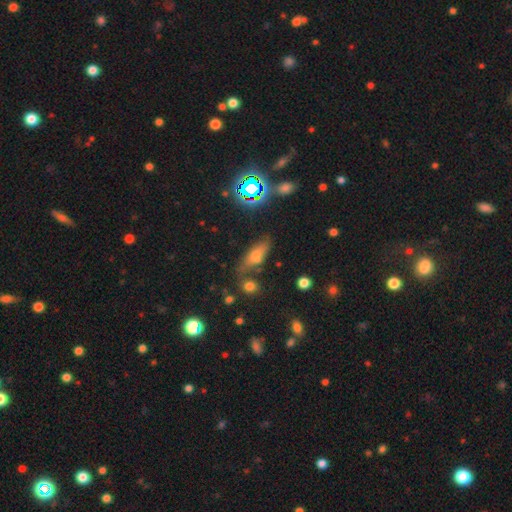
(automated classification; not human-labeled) Smooth or featured: smooth — 55% (featured or disk — 23%)
How rounded: in between — 58% (cigar-shaped — 34%)
Merging: none — 62% (minor disturbance — 18%)